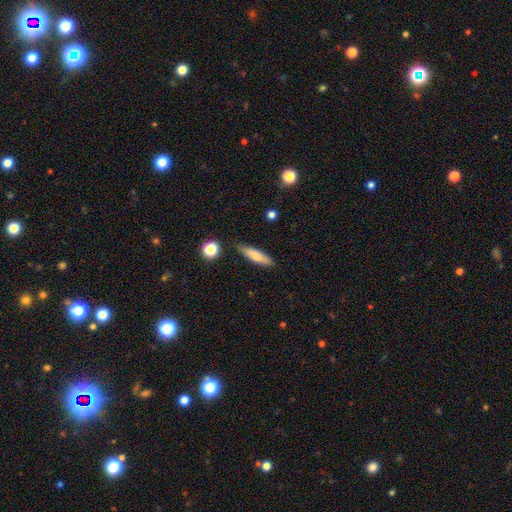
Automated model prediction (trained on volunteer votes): A smooth galaxy with no disk features (76%) that is cigar-shaped (75%).

Vote fractions:
- Smooth or featured? smooth: 76% / featured or disk: 17% / star or artifact: 7%
- How rounded? cigar-shaped: 75% / in between: 23% / round: 2%
- Merging? none: 83% / minor disturbance: 12% / major disturbance: 3% / merger: 3%